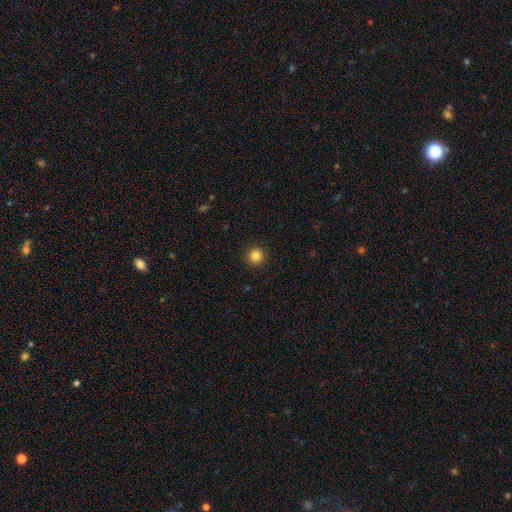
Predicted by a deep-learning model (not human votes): smooth-or-featured: smooth: 85% | star or artifact: 11% | featured or disk: 4%
  how-rounded: round: 96% | in between: 3% | cigar-shaped: 1%
  merging: none: 92% | minor disturbance: 5% | major disturbance: 2% | merger: 1%